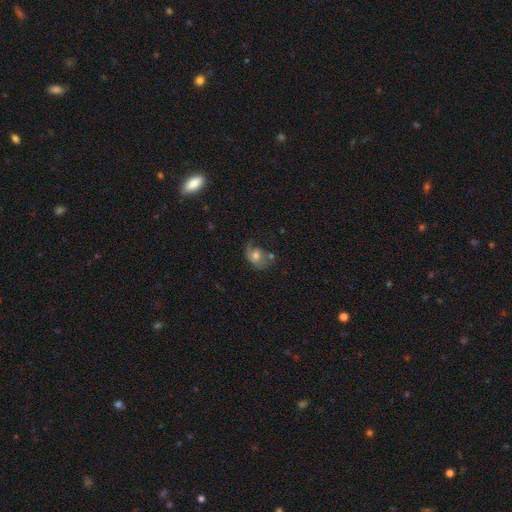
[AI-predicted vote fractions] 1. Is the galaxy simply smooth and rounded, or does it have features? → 47% featured or disk, 43% smooth, 9% star or artifact.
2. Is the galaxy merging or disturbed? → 34% none, 30% major disturbance, 24% minor disturbance, 12% merger.